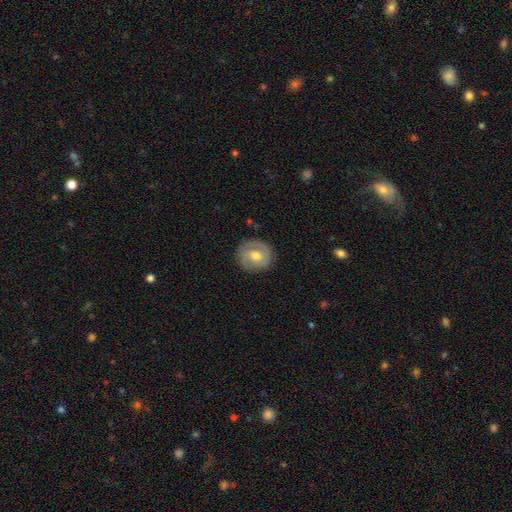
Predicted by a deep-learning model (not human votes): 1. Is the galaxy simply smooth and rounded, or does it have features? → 49% featured or disk, 44% smooth, 7% star or artifact.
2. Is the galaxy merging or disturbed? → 83% none, 12% minor disturbance, 4% major disturbance, 1% merger.